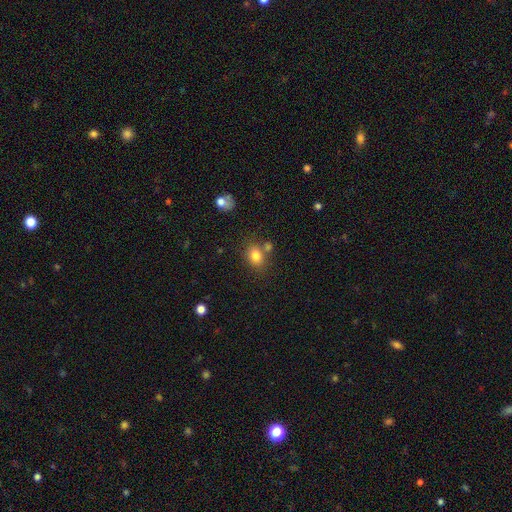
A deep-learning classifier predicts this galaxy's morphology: Q: Smooth or featured?
A: smooth (80%); runner-up: star or artifact (11%)
Q: How rounded?
A: in between (60%); runner-up: round (39%)
Q: Merging?
A: none (65%); runner-up: merger (17%)